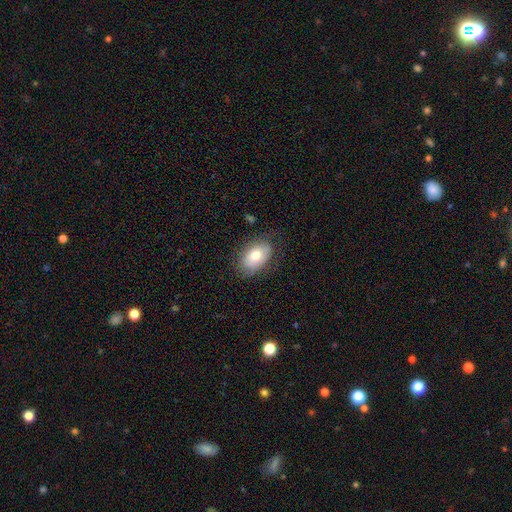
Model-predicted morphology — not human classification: A smooth galaxy with no disk features (72%) that is in between round and cigar-shaped (89%). Merging: none (75%).